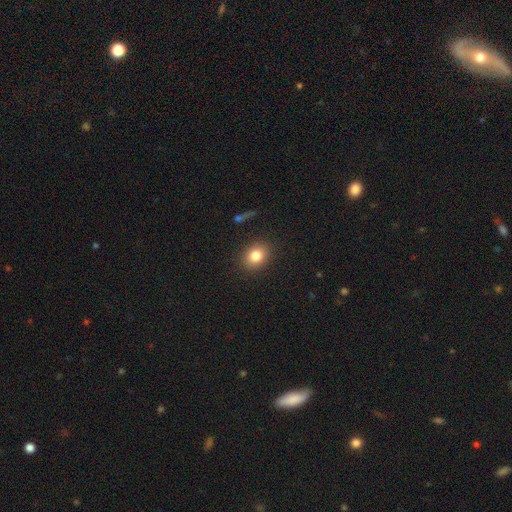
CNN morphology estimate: smooth 82%, star or artifact 10%, featured or disk 8%. Down the decision tree: how rounded — in between (50%); merging — none (88%).